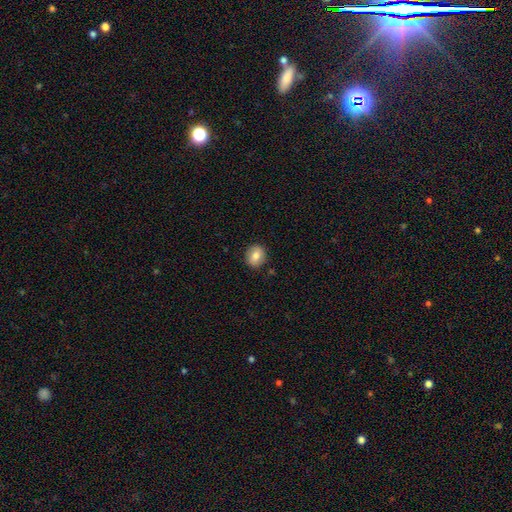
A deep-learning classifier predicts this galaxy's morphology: Smooth or featured: smooth — 79% (featured or disk — 12%)
How rounded: round — 73% (in between — 27%)
Merging: none — 89% (minor disturbance — 8%)